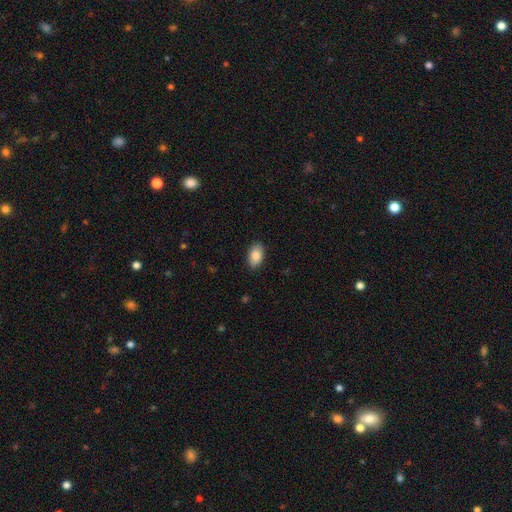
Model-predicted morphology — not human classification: smooth_or_featured: smooth (p=0.88) [alt: star or artifact p=0.07]
how_rounded: in between (p=0.93) [alt: round p=0.06]
merging: none (p=0.87) [alt: minor disturbance p=0.10]